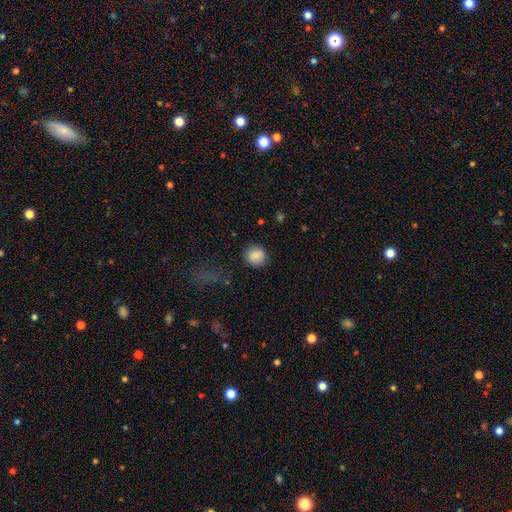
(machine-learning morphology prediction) Overall: smooth (85%). How rounded: round (88%). Merging: none (83%).